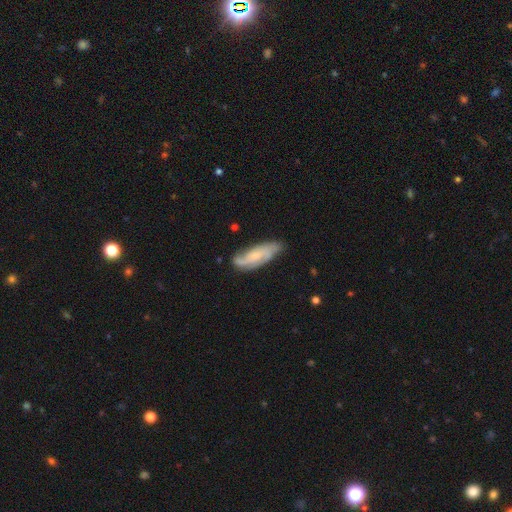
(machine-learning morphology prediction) Smooth or featured? Predicted: featured or disk (p=0.67). Edge-on disk? Predicted: no (p=0.87). Bar? Predicted: no (p=0.62). Spiral arms? Predicted: yes (p=0.92). Spiral winding? Predicted: medium (p=0.44). Spiral arm count? Predicted: 2 (p=0.52). Bulge size? Predicted: small (p=0.63). Merging? Predicted: none (p=0.70).